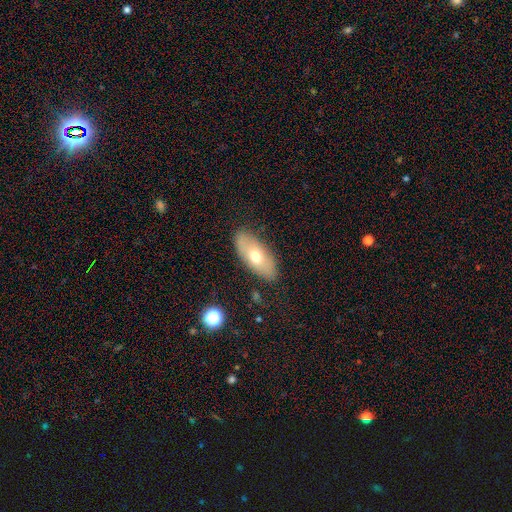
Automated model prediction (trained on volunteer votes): smooth 63%, featured or disk 30%, star or artifact 7%. Down the decision tree: how rounded — in between (86%); merging — none (84%).